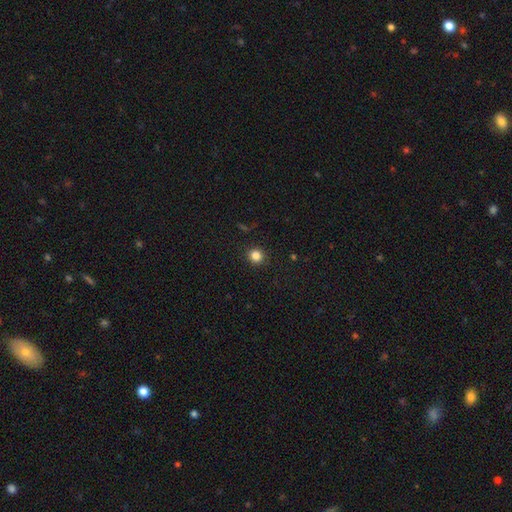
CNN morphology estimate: This is clearly a smooth galaxy (84%). How rounded: clearly round (91%). Merging: clearly none (91%).